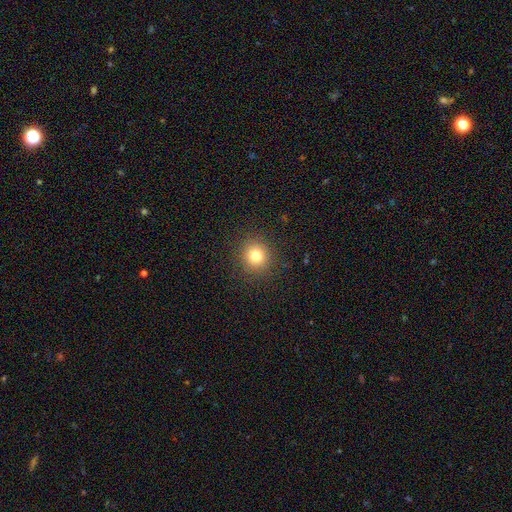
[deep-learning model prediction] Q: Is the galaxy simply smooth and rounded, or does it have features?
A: smooth — 78%.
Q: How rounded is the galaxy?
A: round — 92%.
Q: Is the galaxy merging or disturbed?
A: none — 90%.